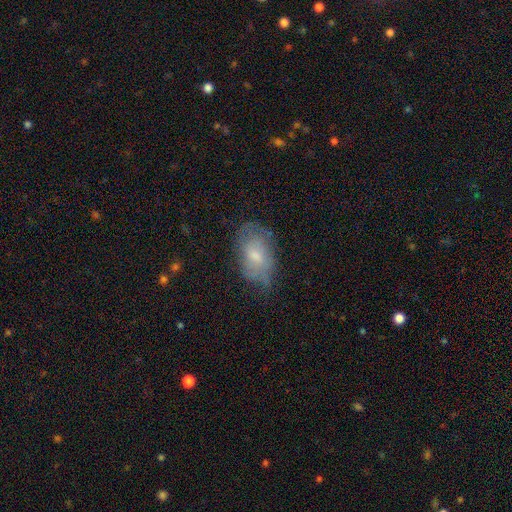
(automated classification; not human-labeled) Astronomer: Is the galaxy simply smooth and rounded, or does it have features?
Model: smooth — 58% (runner-up: featured or disk, 35%).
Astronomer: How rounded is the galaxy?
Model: in between — 91%.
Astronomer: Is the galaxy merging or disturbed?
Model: none — 53% (runner-up: minor disturbance, 33%).